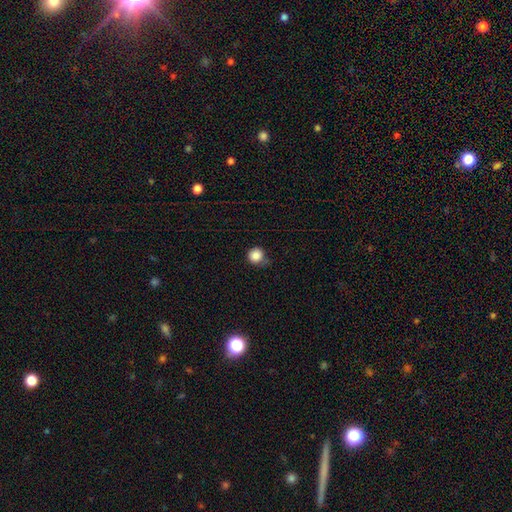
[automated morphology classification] The model was most divided on "merging": none: 67%, minor disturbance: 24%, major disturbance: 6%, merger: 3%. More confident: how rounded — round (92%); smooth or featured — smooth (85%).